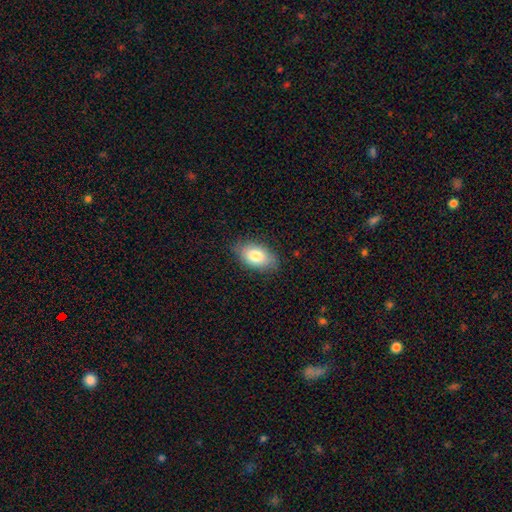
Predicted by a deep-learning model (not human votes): A smooth galaxy with no disk features (80%) that is in between round and cigar-shaped (91%).

Vote fractions:
- Smooth or featured? smooth: 80% / featured or disk: 13% / star or artifact: 7%
- How rounded? in between: 91% / round: 7% / cigar-shaped: 2%
- Merging? none: 80% / minor disturbance: 15% / major disturbance: 3% / merger: 1%